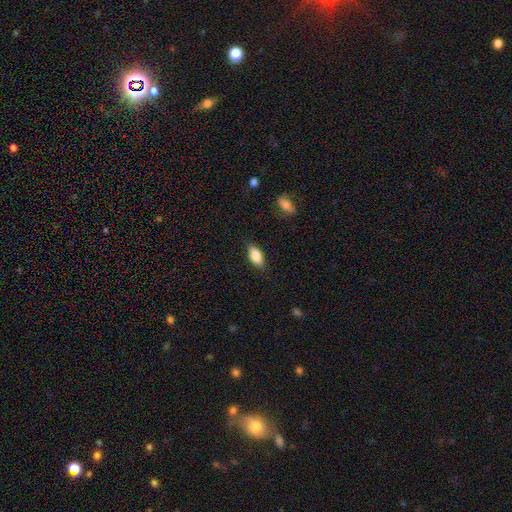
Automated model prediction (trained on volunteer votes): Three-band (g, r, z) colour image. It shows a smooth galaxy with no disk features (82%) that is in between round and cigar-shaped (87%). Merging: none (85%).